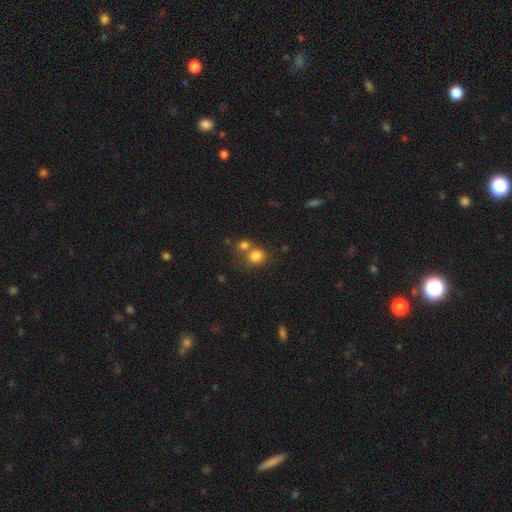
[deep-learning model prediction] Smooth or featured? smooth (81%)
How rounded? round (77%)
Merging? none (49%)